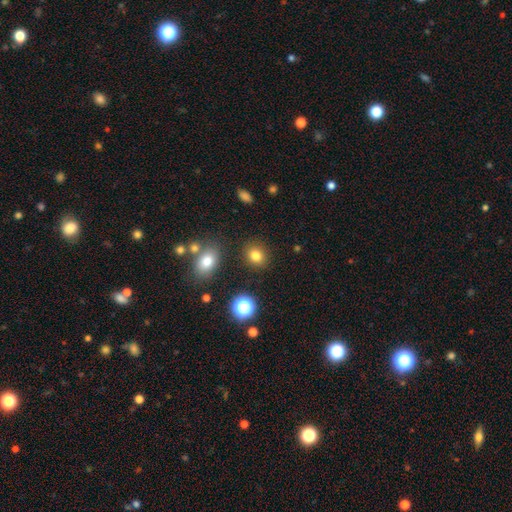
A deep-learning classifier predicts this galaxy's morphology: This is likely a smooth galaxy (79%). How rounded: likely round (69%). Merging: clearly none (86%).